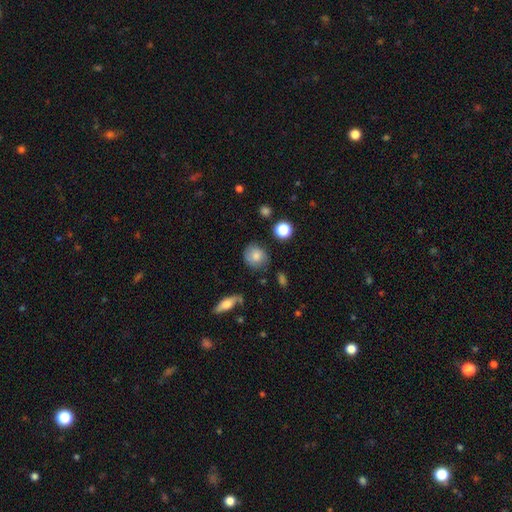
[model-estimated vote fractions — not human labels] Overall: smooth (78%). How rounded: round (78%). Merging: none (73%).